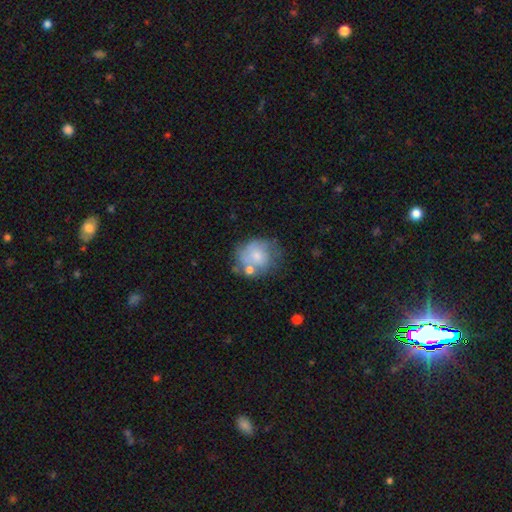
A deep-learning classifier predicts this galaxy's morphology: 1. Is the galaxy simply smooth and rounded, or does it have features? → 56% smooth, 36% featured or disk, 8% star or artifact.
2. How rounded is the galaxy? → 76% round, 23% in between, 1% cigar-shaped.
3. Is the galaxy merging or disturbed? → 46% none, 24% minor disturbance, 17% merger, 13% major disturbance.